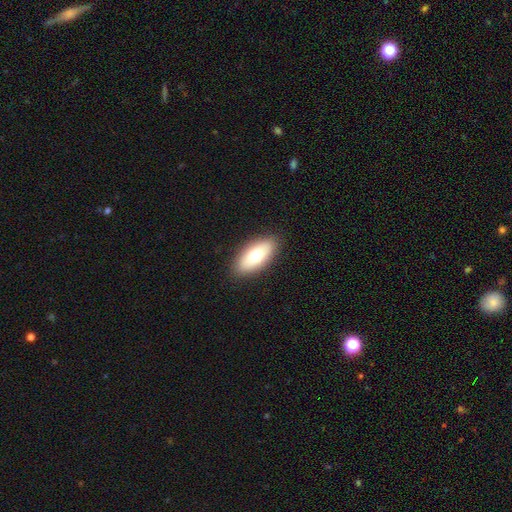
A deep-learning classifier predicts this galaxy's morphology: Smooth or featured?
  - smooth: 75% *
  - featured or disk: 18%
  - star or artifact: 6%
How rounded?
  - in between: 86% *
  - cigar-shaped: 11%
  - round: 2%
Merging?
  - none: 88% *
  - minor disturbance: 9%
  - major disturbance: 2%
  - merger: 1%